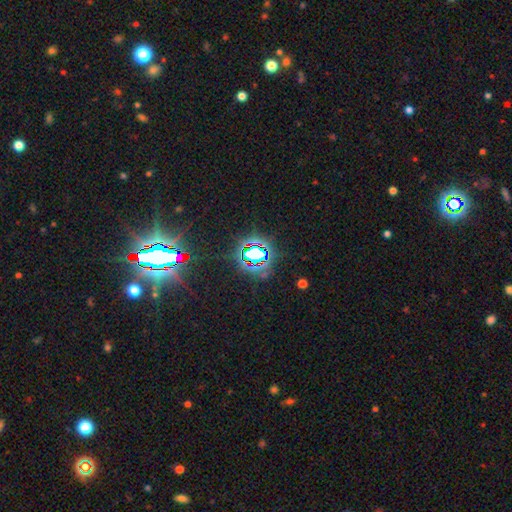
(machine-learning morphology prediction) Smooth or featured: star or artifact — 76% (smooth — 15%)